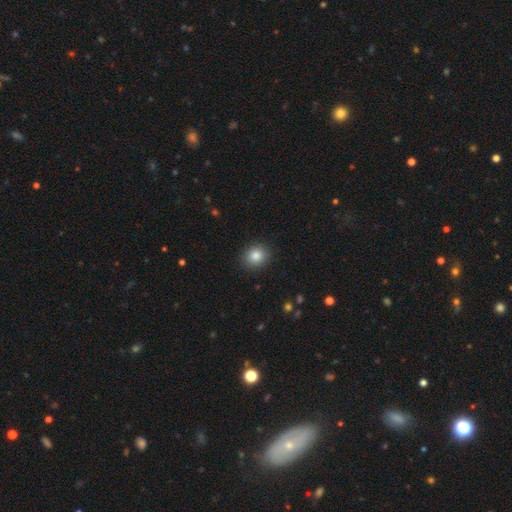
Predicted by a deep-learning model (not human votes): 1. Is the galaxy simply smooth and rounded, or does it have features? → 85% smooth, 10% star or artifact, 5% featured or disk.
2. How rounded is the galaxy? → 77% round, 23% in between, 1% cigar-shaped.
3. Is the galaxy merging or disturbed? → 90% none, 7% minor disturbance, 2% major disturbance, 1% merger.